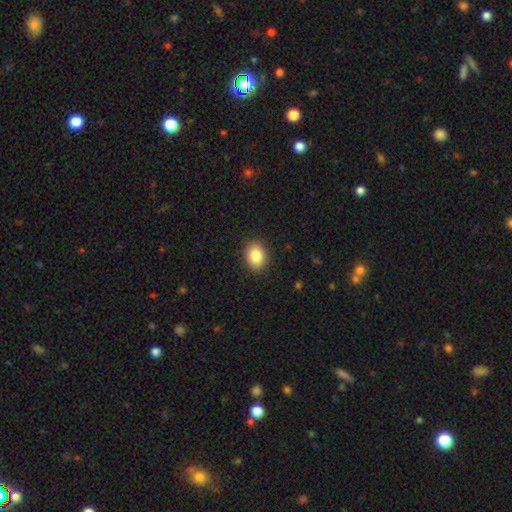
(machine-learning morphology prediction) Smooth or featured: smooth — 86% (star or artifact — 8%)
How rounded: in between — 68% (round — 31%)
Merging: none — 89% (minor disturbance — 7%)